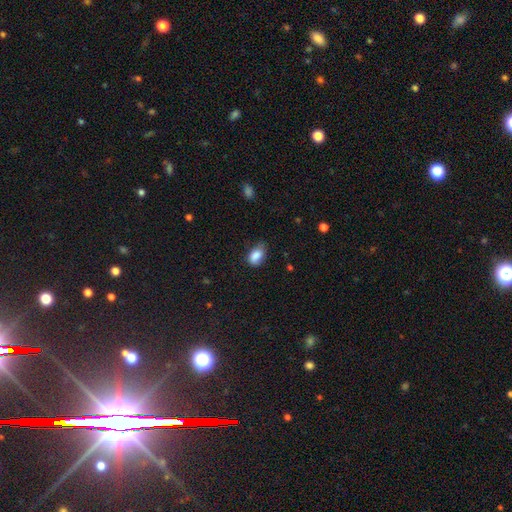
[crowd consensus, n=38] A smooth galaxy with no disk features (89%) that is in between round and cigar-shaped (85%). Merging: none (53%).